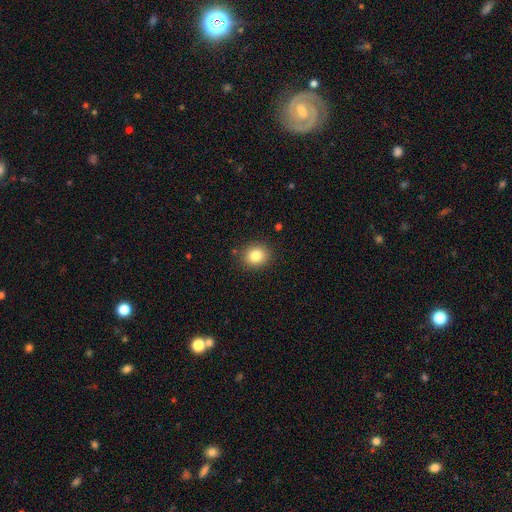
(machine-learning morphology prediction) This is clearly a smooth galaxy (81%). How rounded: likely round (69%). Merging: clearly none (88%).